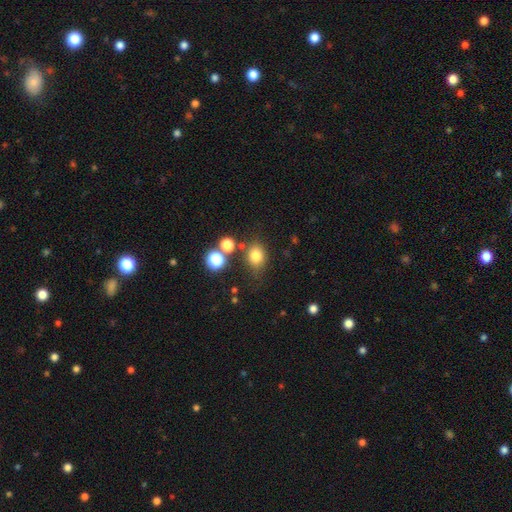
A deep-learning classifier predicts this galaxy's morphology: type=smooth (79%); roundness=round (56%); merging=none (71%).